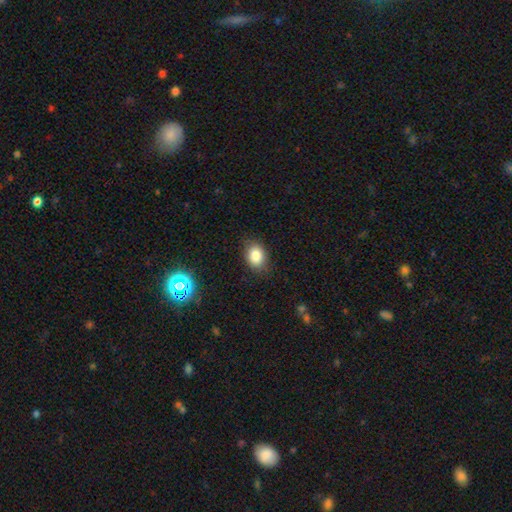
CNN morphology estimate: type=smooth (84%); roundness=in between (71%); merging=none (80%).